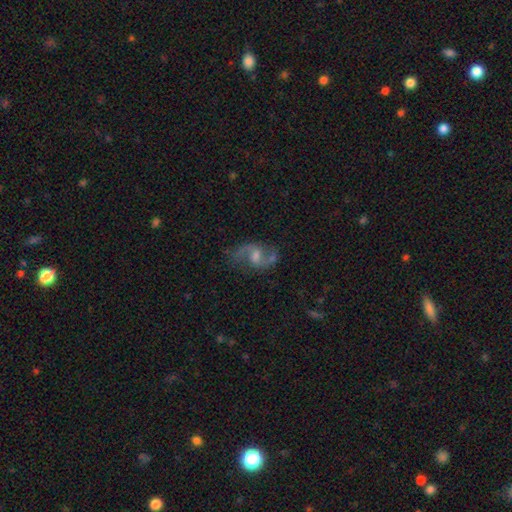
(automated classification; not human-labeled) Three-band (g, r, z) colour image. It shows a featured or disk galaxy (82%) with a weak bar (58%), 2 (92%) loose (61%) spiral arms (94%) and a moderate central bulge (42%). Merging: none (68%).